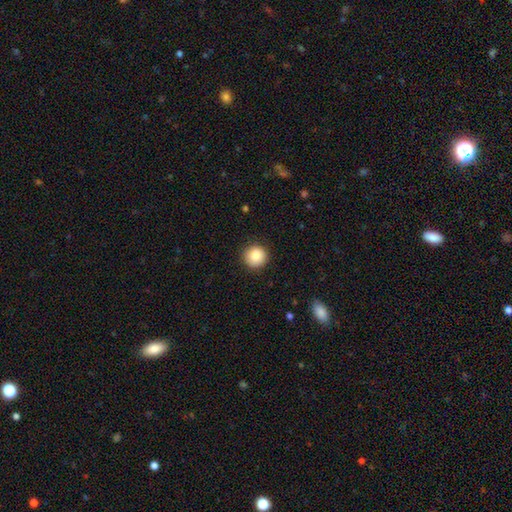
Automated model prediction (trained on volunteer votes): Smooth or featured?
  - smooth: 87% *
  - star or artifact: 9%
  - featured or disk: 4%
How rounded?
  - round: 95% *
  - in between: 5%
  - cigar-shaped: 1%
Merging?
  - none: 89% *
  - minor disturbance: 8%
  - major disturbance: 2%
  - merger: 1%